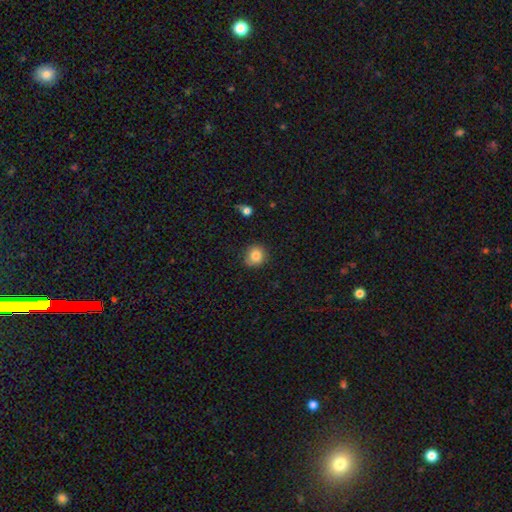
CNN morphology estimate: Smooth or featured: smooth — 83% (star or artifact — 10%)
How rounded: round — 88% (in between — 11%)
Merging: none — 83% (minor disturbance — 13%)